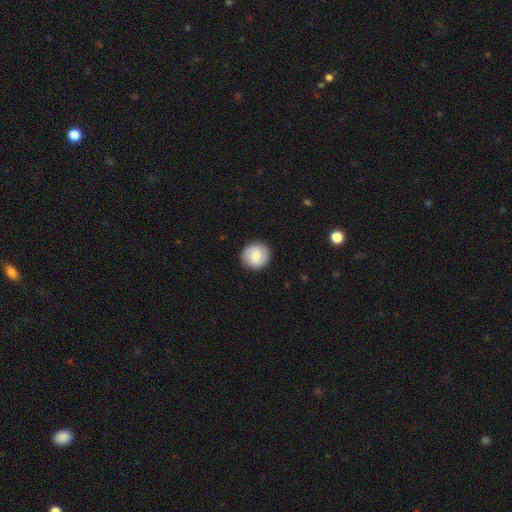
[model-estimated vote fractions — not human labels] Morphology: type=smooth (72%); roundness=round (92%); merging=none (91%).